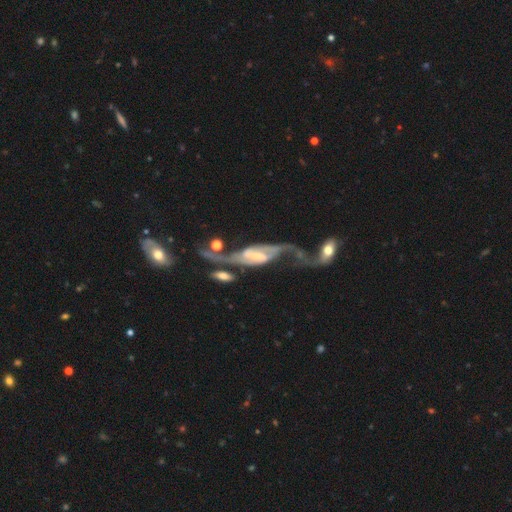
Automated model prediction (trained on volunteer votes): A featured or disk galaxy (87%) with a weak bar (41%, tied with strong), 2 (91%) loose (65%) spiral arms (95%) and a small central bulge (42%).

Vote fractions:
- Smooth or featured? featured or disk: 87% / smooth: 7% / star or artifact: 5%
- Edge-on disk? no: 90% / yes: 10%
- Bar? weak: 41% (tied) / strong: 41% (tied) / no: 18%
- Spiral arms? yes: 95% / no: 5%
- Spiral winding? loose: 65% / medium: 25% / tight: 9%
- Spiral arm count? 2: 91% / can't tell: 4% / 1: 2% / 3: 1% / 4: 1% / more than 4: 1%
- Bulge size? small: 42% / moderate: 31% / none: 14% / large: 10% / dominant: 2%
- Merging? merger: 37% / none: 29% / major disturbance: 21% / minor disturbance: 13%